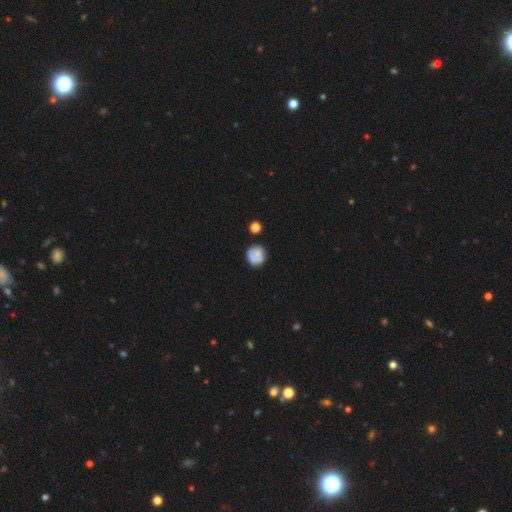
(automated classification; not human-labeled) smooth 65%, featured or disk 26%, star or artifact 9%. Down the decision tree: how rounded — round (87%); merging — none (63%).